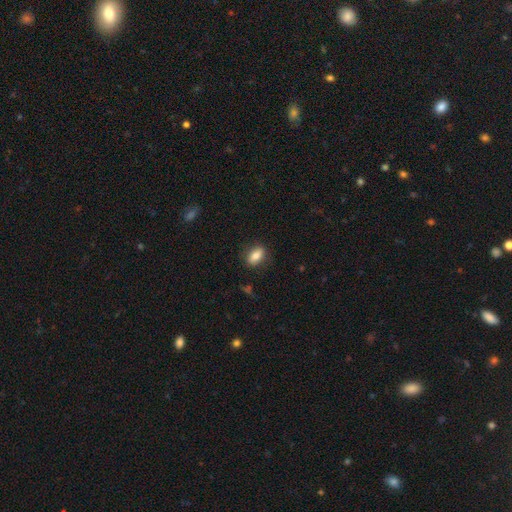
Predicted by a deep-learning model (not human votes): smooth_or_featured: smooth (p=0.81) [alt: featured or disk p=0.11]
how_rounded: in between (p=0.84) [alt: round p=0.08]
merging: none (p=0.85) [alt: minor disturbance p=0.11]